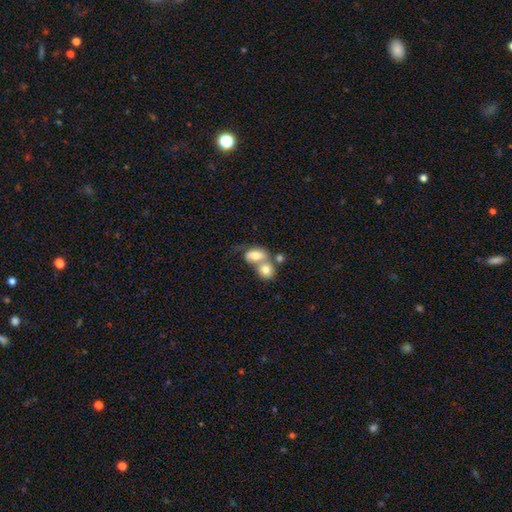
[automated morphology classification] Smooth or featured?
  - smooth: 70% *
  - featured or disk: 22%
  - star or artifact: 8%
How rounded?
  - in between: 76% *
  - round: 21%
  - cigar-shaped: 3%
Merging?
  - merger: 68% *
  - none: 18%
  - minor disturbance: 8%
  - major disturbance: 6%